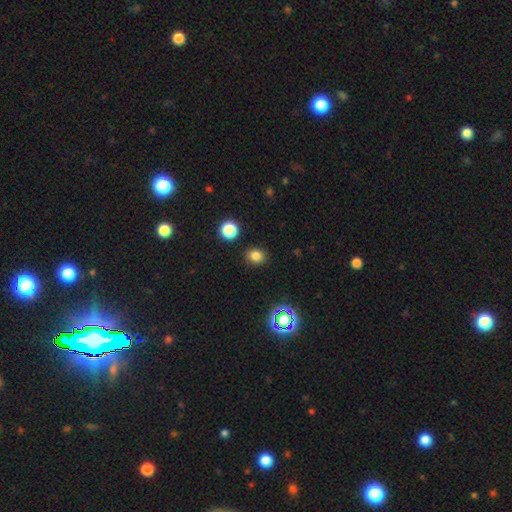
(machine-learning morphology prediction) Smooth or featured?
  - smooth: 80% *
  - star or artifact: 15%
  - featured or disk: 5%
How rounded?
  - round: 62% *
  - in between: 37%
  - cigar-shaped: 1%
Merging?
  - none: 88% *
  - minor disturbance: 7%
  - major disturbance: 2%
  - merger: 2%